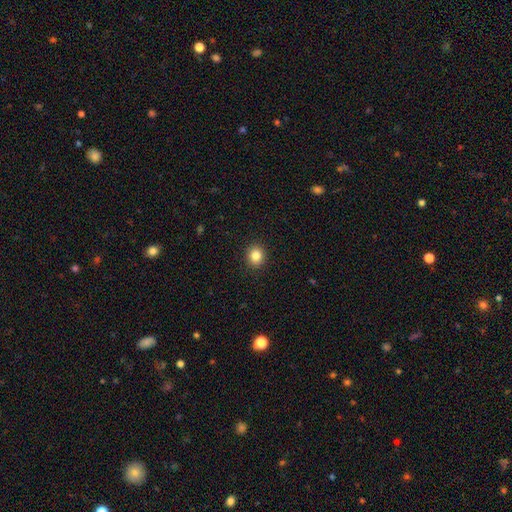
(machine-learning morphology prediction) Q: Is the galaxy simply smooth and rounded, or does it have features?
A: smooth — 84%.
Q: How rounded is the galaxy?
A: round — 81%.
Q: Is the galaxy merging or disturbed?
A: none — 92%.